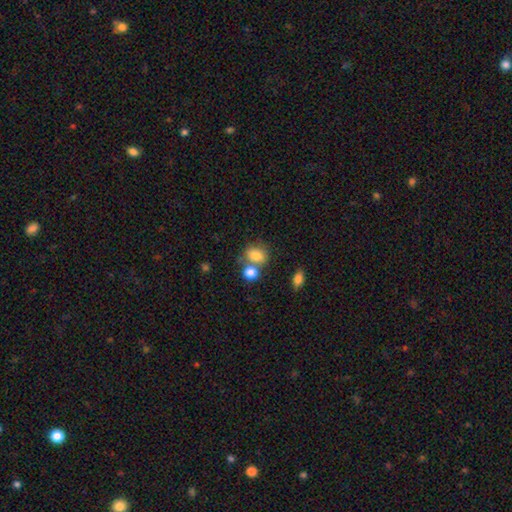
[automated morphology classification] Smooth or featured?
  - smooth: 79% *
  - star or artifact: 11%
  - featured or disk: 10%
How rounded?
  - in between: 58% *
  - round: 41%
  - cigar-shaped: 1%
Merging?
  - none: 48% *
  - merger: 33%
  - minor disturbance: 13%
  - major disturbance: 5%